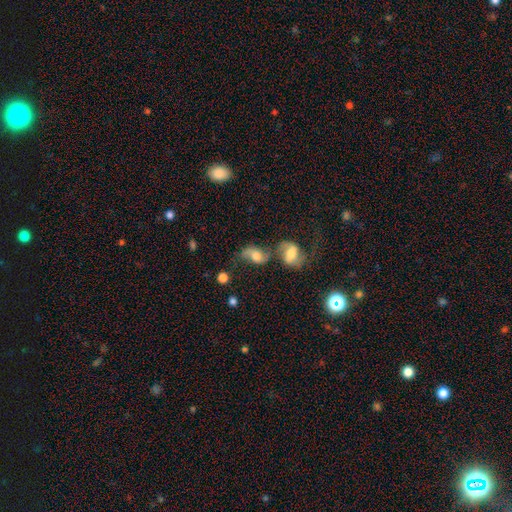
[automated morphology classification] This is possibly a featured or disk galaxy (47%). Merging: marginally merger (40%).